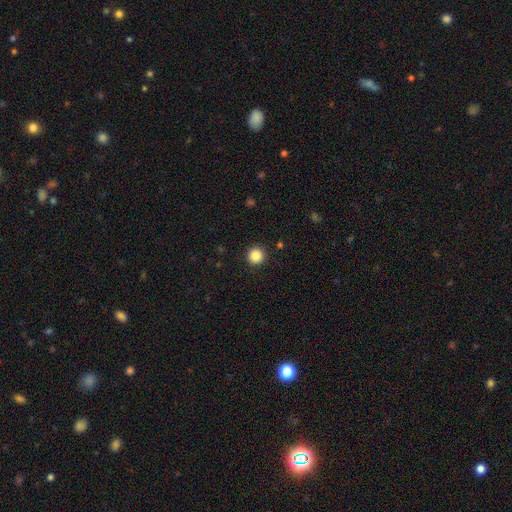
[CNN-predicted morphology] Smooth or featured? Predicted: smooth (p=0.87). How rounded? Predicted: round (p=0.96). Merging? Predicted: none (p=0.92).